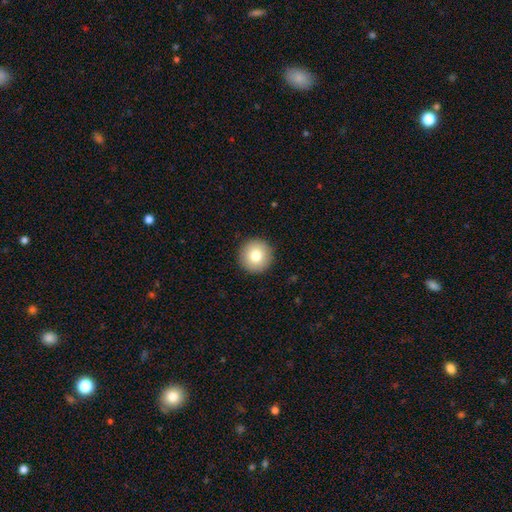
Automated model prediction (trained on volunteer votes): This appears to be a smooth galaxy with no disk features (80%) that is round (96%). Merging: none (93%).